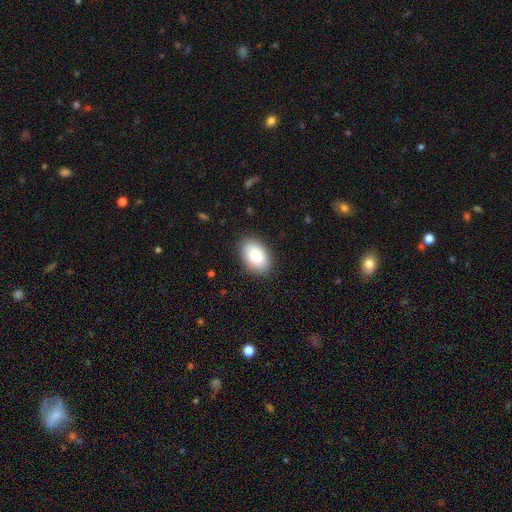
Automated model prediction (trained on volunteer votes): This appears to be a smooth galaxy with no disk features (80%) that is in between round and cigar-shaped (89%). Merging: none (87%).